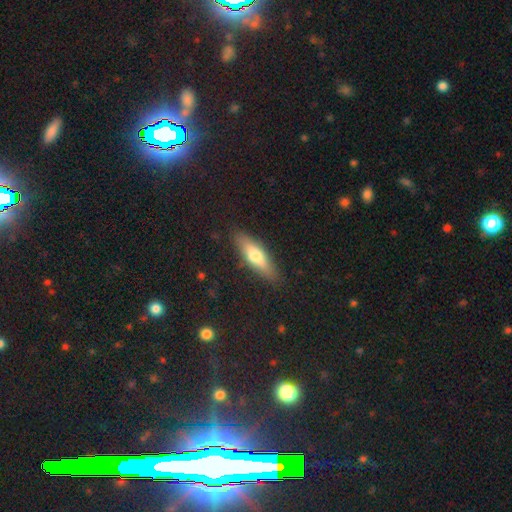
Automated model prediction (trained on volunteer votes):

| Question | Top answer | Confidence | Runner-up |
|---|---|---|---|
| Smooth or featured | smooth | 62% | featured or disk (32%) |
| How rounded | cigar-shaped | 54% | in between (43%) |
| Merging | none | 85% | minor disturbance (11%) |